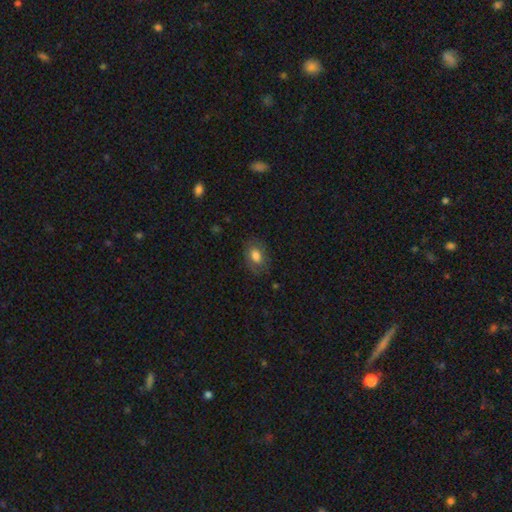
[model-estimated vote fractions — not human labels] smooth-or-featured: smooth: 72% | featured or disk: 19% | star or artifact: 9%
  how-rounded: in between: 82% | round: 16% | cigar-shaped: 2%
  merging: none: 76% | minor disturbance: 17% | major disturbance: 6% | merger: 1%